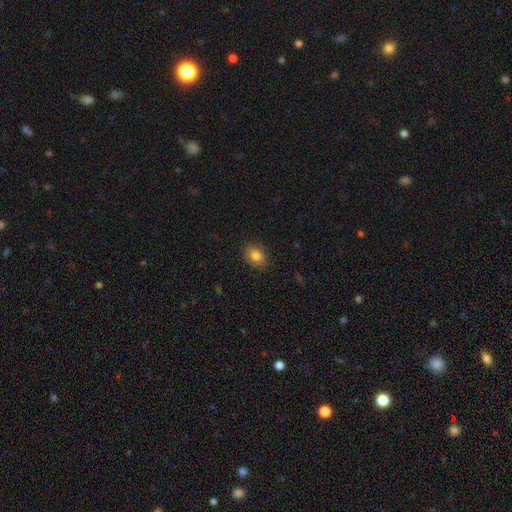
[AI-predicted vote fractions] Smooth or featured? smooth (83%)
How rounded? in between (62%)
Merging? none (86%)